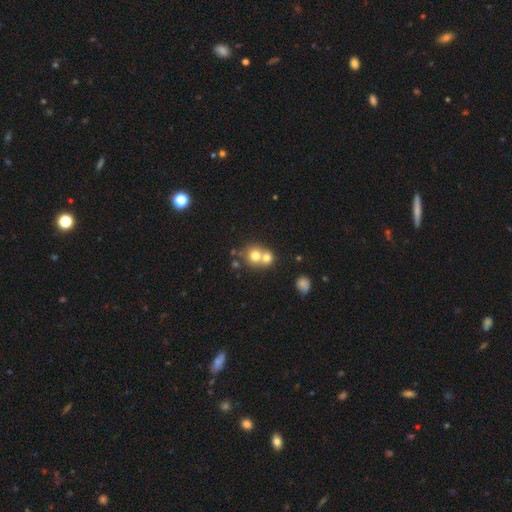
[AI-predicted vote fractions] Q: Smooth or featured?
A: smooth (72%); runner-up: featured or disk (17%)
Q: How rounded?
A: round (83%); runner-up: in between (16%)
Q: Merging?
A: merger (55%); runner-up: none (37%)